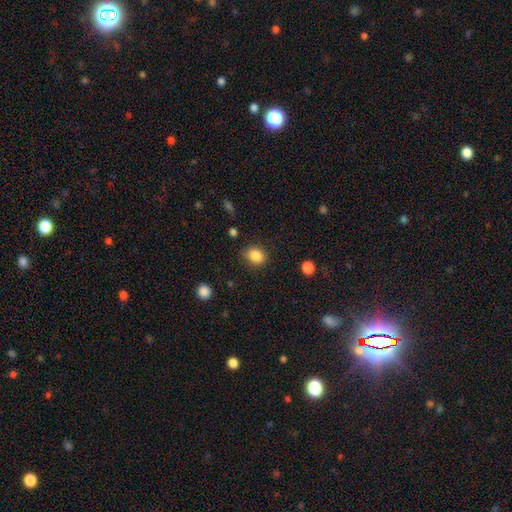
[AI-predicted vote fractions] Overall: smooth (86%). How rounded: round (53%; in between 46%). Merging: none (81%).